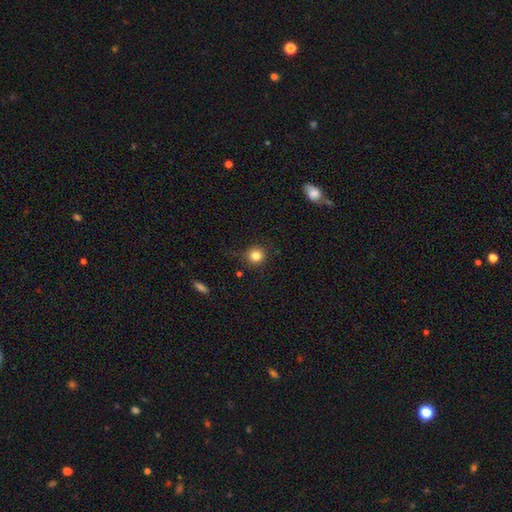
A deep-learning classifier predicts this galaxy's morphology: Smooth or featured?
  - smooth: 82% *
  - star or artifact: 12%
  - featured or disk: 6%
How rounded?
  - round: 93% *
  - in between: 6%
  - cigar-shaped: 1%
Merging?
  - none: 84% *
  - minor disturbance: 11%
  - major disturbance: 3%
  - merger: 2%